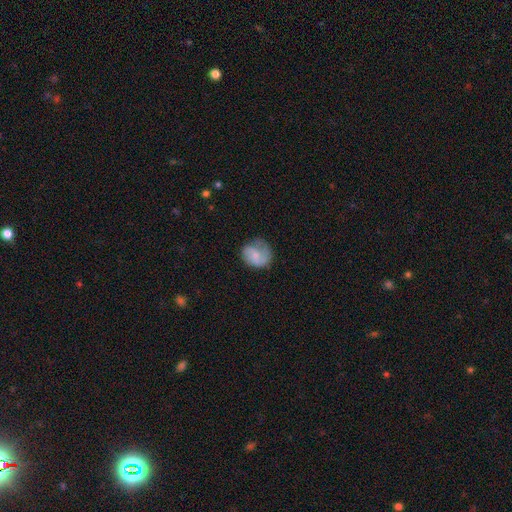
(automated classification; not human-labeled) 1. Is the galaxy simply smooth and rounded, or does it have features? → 50% smooth, 42% featured or disk, 7% star or artifact.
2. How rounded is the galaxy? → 70% round, 29% in between, 1% cigar-shaped.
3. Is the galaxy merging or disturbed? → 52% none, 29% minor disturbance, 17% major disturbance, 2% merger.